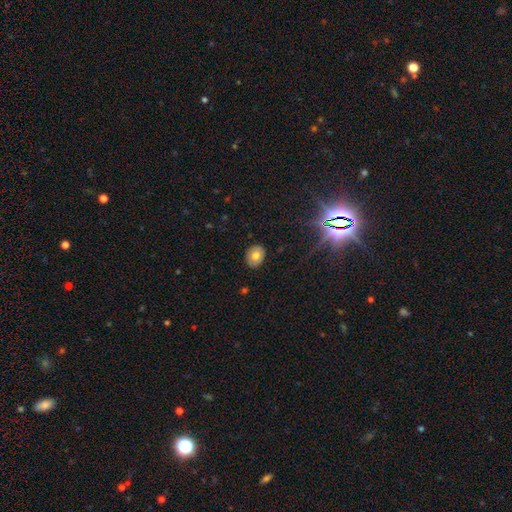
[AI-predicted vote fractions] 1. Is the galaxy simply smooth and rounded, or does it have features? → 70% smooth, 19% featured or disk, 11% star or artifact.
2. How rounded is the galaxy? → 51% round, 48% in between, 1% cigar-shaped.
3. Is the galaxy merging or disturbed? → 87% none, 10% minor disturbance, 2% major disturbance, 1% merger.